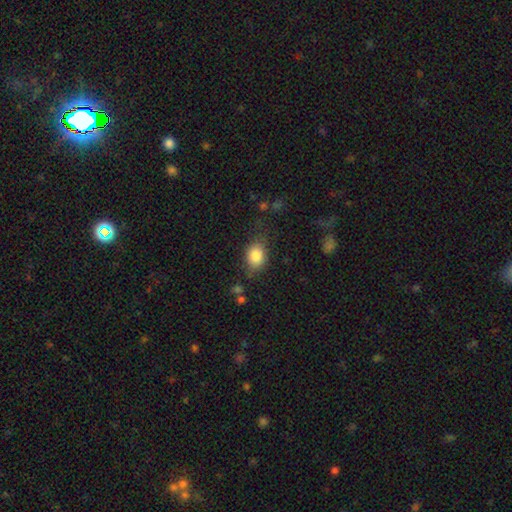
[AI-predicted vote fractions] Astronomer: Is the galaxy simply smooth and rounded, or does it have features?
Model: smooth — 85%.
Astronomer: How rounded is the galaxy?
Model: in between — 67%.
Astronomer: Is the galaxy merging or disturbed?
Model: none — 69%.